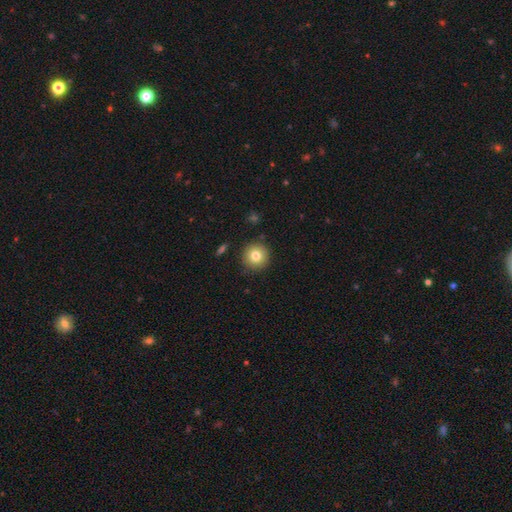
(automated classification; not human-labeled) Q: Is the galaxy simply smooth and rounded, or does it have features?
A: smooth — 80%.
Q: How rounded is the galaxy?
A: round — 95%.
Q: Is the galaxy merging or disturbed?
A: none — 89%.